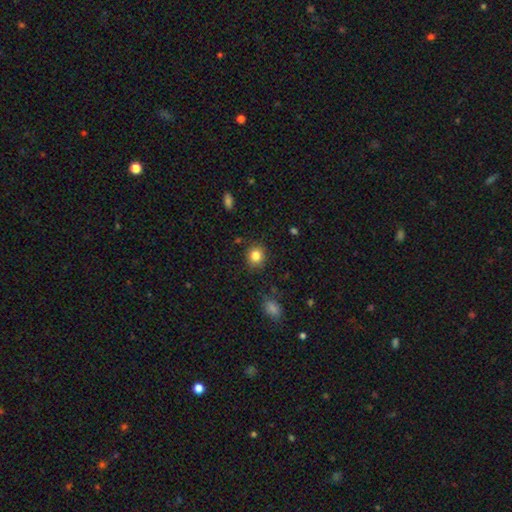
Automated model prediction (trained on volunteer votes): This appears to be a smooth galaxy with no disk features (84%) that is round (81%). Merging: none (86%).